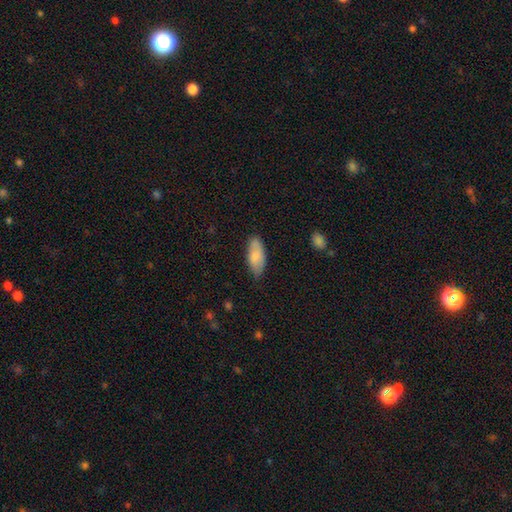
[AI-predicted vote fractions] Morphology: type=smooth (79%); roundness=in between (84%); merging=none (72%).